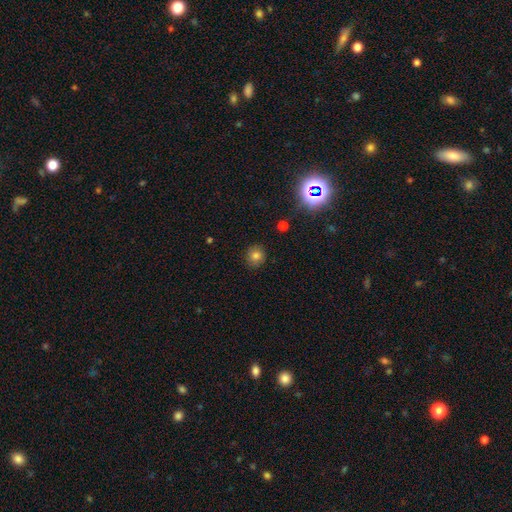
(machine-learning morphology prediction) Smooth or featured? Predicted: smooth (p=0.78). How rounded? Predicted: round (p=0.88). Merging? Predicted: none (p=0.89).